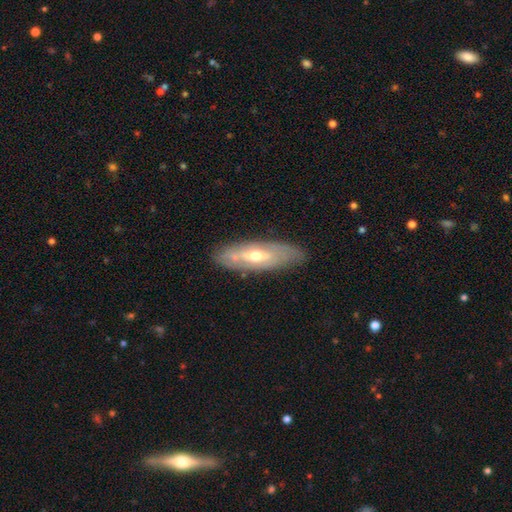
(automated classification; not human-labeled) A featured or disk galaxy (60%).

Vote fractions:
- Smooth or featured? featured or disk: 60% / smooth: 34% / star or artifact: 6%
- Edge-on disk? no: 67% / yes: 33%
- Merging? none: 79% / minor disturbance: 15% / major disturbance: 4% / merger: 2%